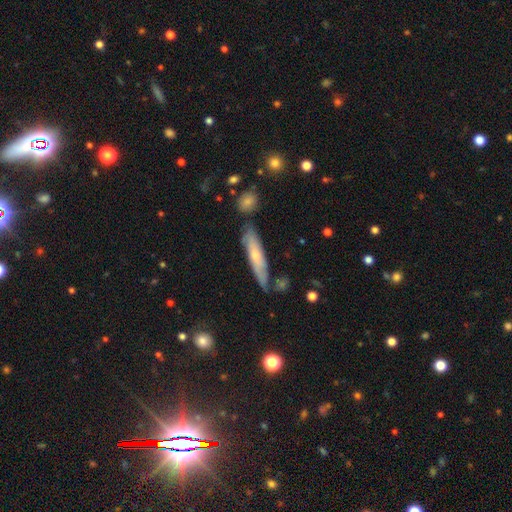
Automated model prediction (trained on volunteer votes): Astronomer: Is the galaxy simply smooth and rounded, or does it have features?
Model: smooth — 49% (runner-up: featured or disk, 45%).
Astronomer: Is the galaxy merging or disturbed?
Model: none — 70%.